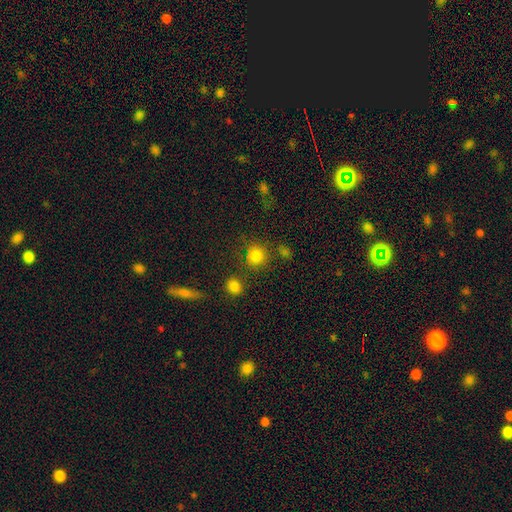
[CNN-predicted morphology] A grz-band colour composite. It shows a smooth galaxy with no disk features (80%) that is round (90%). Merging: none (74%).